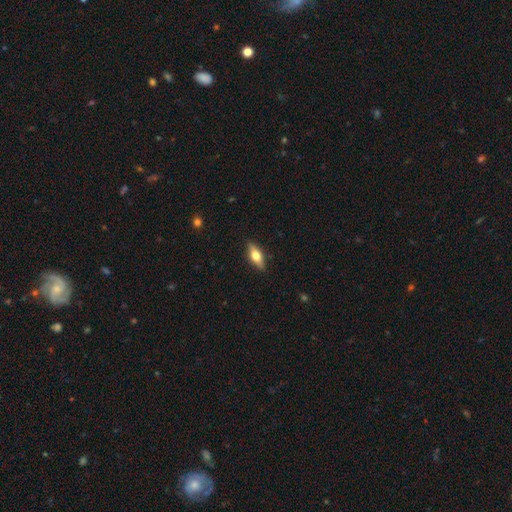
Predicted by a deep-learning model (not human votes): smooth-or-featured: smooth: 58% | featured or disk: 36% | star or artifact: 6%
  how-rounded: in between: 68% | cigar-shaped: 28% | round: 3%
  merging: none: 87% | minor disturbance: 9% | major disturbance: 2% | merger: 1%